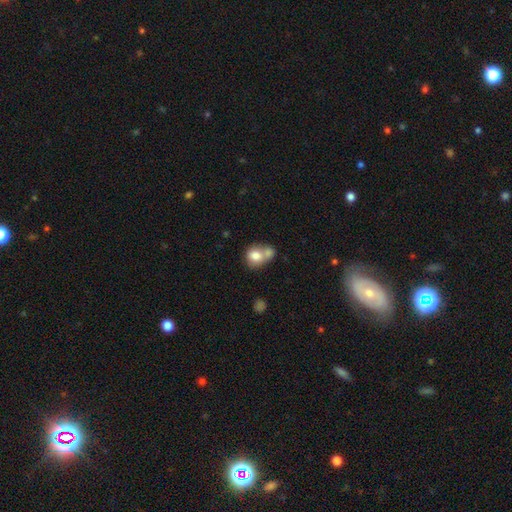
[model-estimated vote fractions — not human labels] smooth-or-featured: smooth: 76% | featured or disk: 15% | star or artifact: 9%
  how-rounded: round: 69% | in between: 30% | cigar-shaped: 1%
  merging: merger: 57% | none: 30% | minor disturbance: 9% | major disturbance: 4%